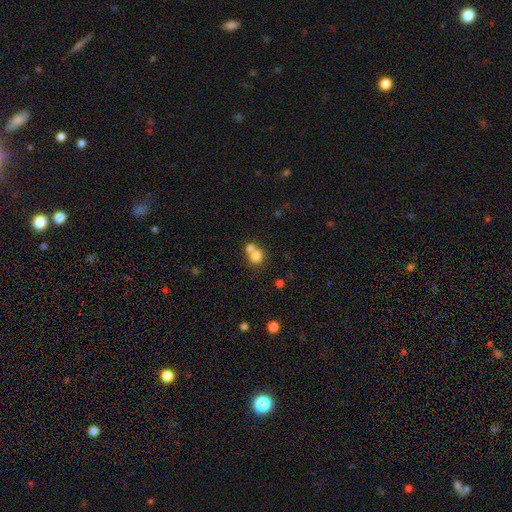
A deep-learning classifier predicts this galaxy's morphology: A smooth galaxy with no disk features (77%) that is round (82%). Merging: merger (52%).